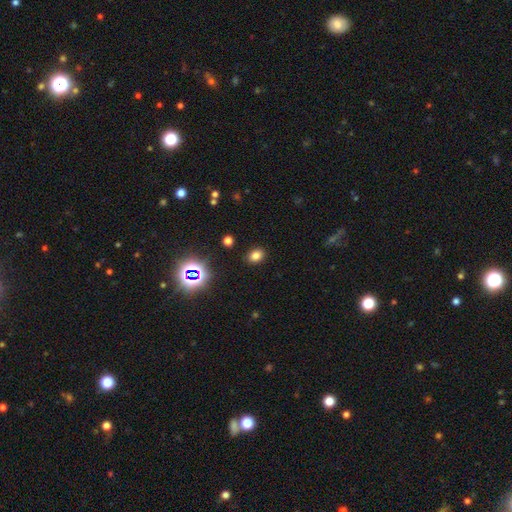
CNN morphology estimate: type=smooth (76%); roundness=in between (60%); merging=none (88%).